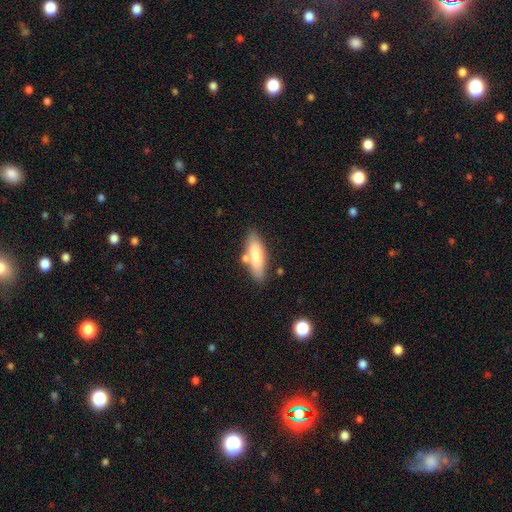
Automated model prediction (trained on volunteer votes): Smooth or featured? Predicted: smooth (p=0.77). How rounded? Predicted: in between (p=0.50). Merging? Predicted: none (p=0.72).